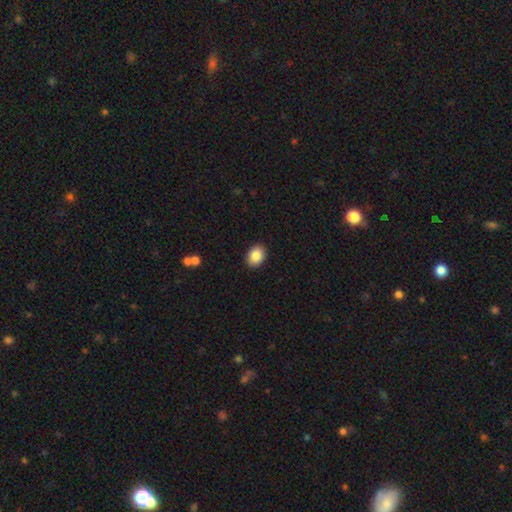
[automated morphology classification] This is clearly a smooth galaxy (87%). How rounded: likely in between (70%). Merging: clearly none (91%).